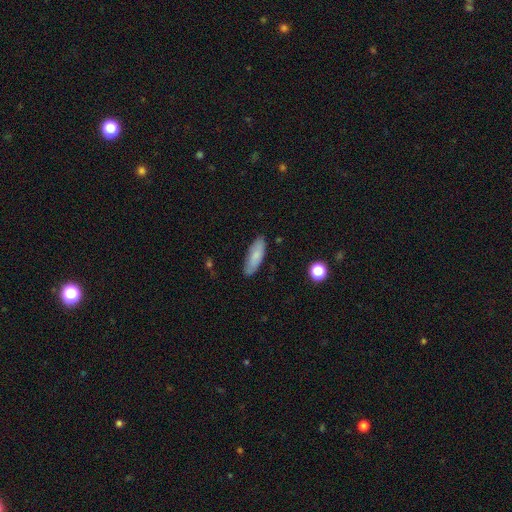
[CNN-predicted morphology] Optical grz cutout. It shows a smooth galaxy with no disk features (80%) that is in between round and cigar-shaped (61%). Merging: none (83%).